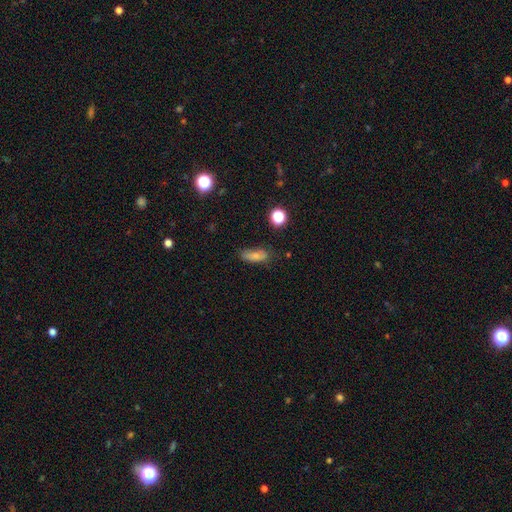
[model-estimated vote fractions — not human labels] Smooth or featured: smooth — 76% (featured or disk — 13%)
How rounded: in between — 71% (cigar-shaped — 24%)
Merging: none — 64% (minor disturbance — 26%)